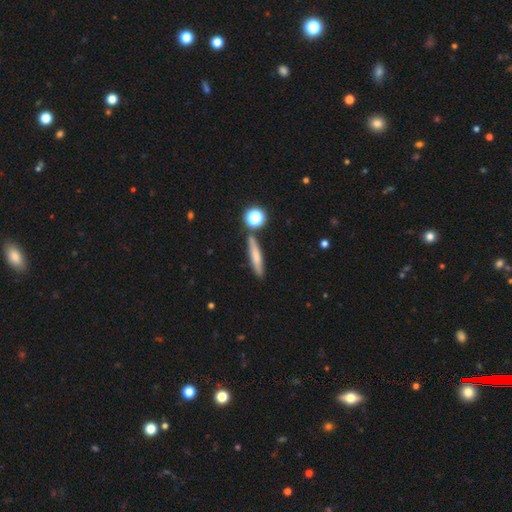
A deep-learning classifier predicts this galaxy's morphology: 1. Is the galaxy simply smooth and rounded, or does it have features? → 64% smooth, 25% featured or disk, 11% star or artifact.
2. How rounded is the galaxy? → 83% cigar-shaped, 11% in between, 6% round.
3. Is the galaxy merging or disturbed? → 80% none, 10% minor disturbance, 6% merger, 3% major disturbance.